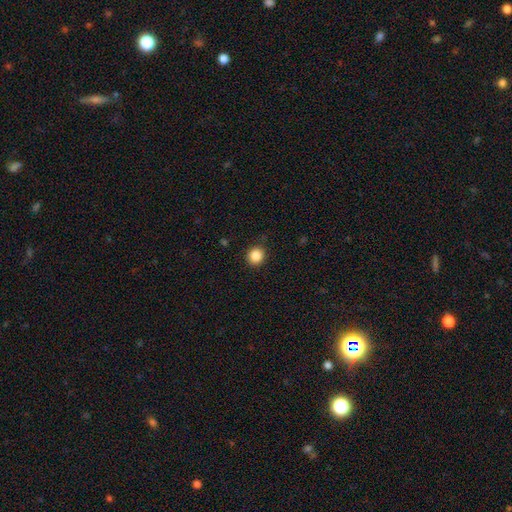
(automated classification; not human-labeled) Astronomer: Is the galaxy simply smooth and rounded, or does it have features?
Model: smooth — 86%.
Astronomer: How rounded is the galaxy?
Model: round — 90%.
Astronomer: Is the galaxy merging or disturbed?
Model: none — 90%.